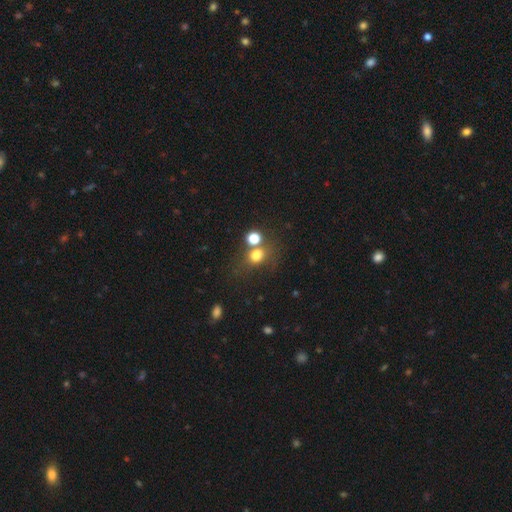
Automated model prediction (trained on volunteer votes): smooth_or_featured: smooth (p=0.74) [alt: star or artifact p=0.17]
how_rounded: round (p=0.67) [alt: in between p=0.32]
merging: none (p=0.53) [alt: merger p=0.27]